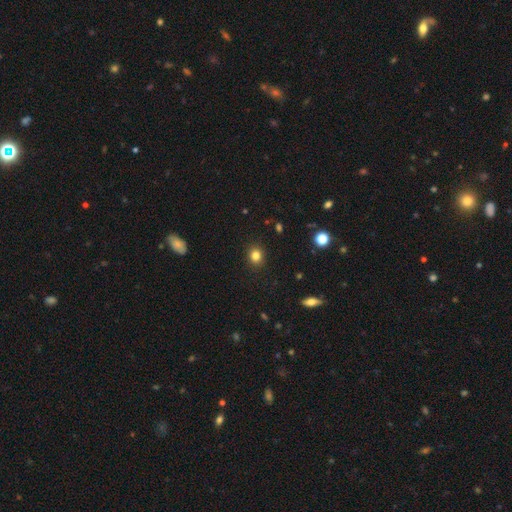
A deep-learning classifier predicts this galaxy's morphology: Smooth or featured? smooth (83%)
How rounded? round (79%)
Merging? none (91%)